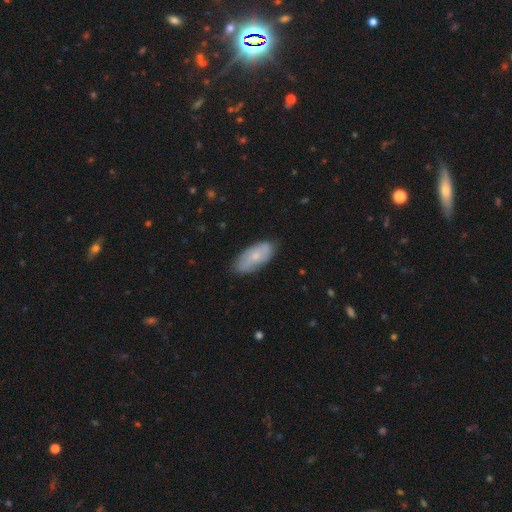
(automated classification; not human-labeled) Overall: smooth (57%; featured or disk 36%). How rounded: in between (86%). Merging: none (77%).